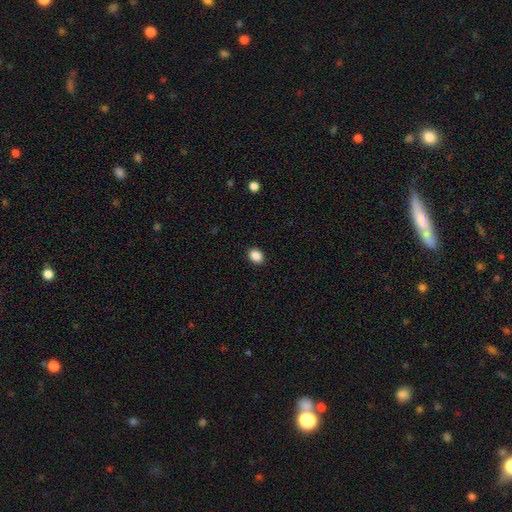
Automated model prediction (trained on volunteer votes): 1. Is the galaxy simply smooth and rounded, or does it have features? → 88% smooth, 9% star or artifact, 3% featured or disk.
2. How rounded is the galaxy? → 58% in between, 41% round, 1% cigar-shaped.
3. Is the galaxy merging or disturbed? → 91% none, 6% minor disturbance, 2% major disturbance, 1% merger.